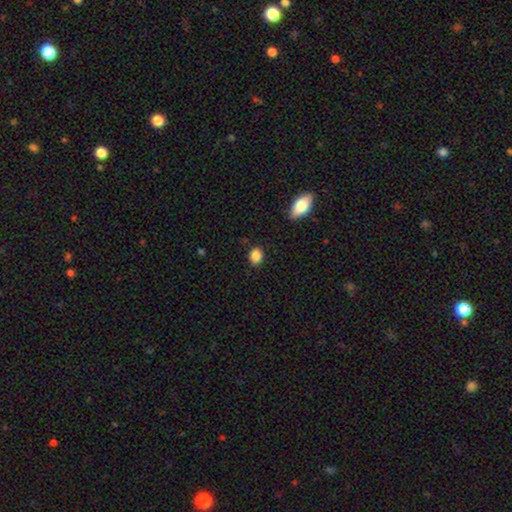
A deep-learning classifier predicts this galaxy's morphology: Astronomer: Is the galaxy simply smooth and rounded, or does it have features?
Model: smooth — 86%.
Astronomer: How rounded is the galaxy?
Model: in between — 50% (runner-up: round, 49%).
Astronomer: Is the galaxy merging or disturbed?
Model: none — 86%.